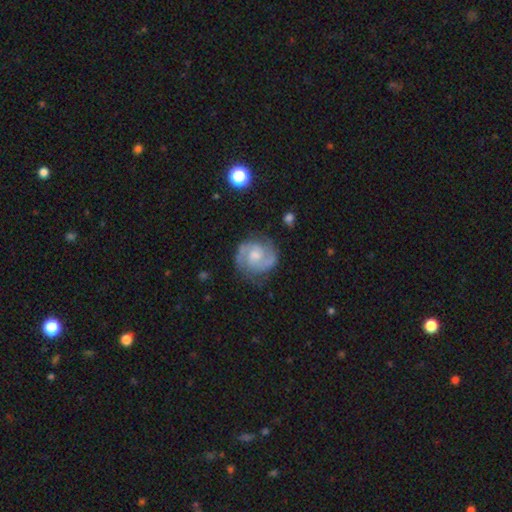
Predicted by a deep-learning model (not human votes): smooth-or-featured: featured or disk: 83% | smooth: 12% | star or artifact: 6%
  disk-edge-on: no: 98% | yes: 2%
    bar: no: 54% | weak: 39% | strong: 6%
    has-spiral-arms: yes: 96% | no: 4%
      spiral-winding: medium: 48% | tight: 40% | loose: 12%
      spiral-arm-count: 2: 85% | can't tell: 6% | 3: 4% | 1: 2% | 4: 1% | more than 4: 1%
    bulge-size: moderate: 44% | small: 40% | none: 9% | large: 5% | dominant: 1%
  merging: none: 76% | minor disturbance: 16% | major disturbance: 6% | merger: 2%